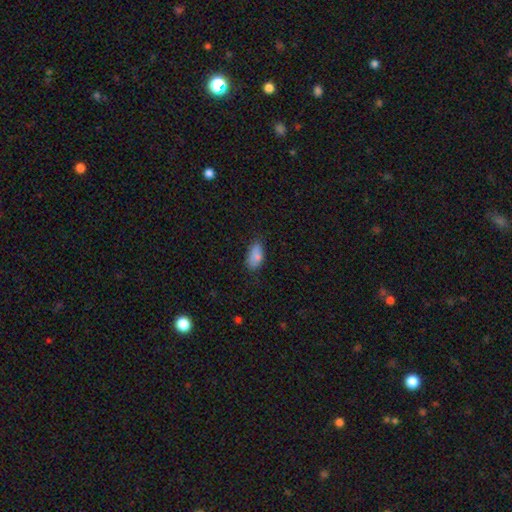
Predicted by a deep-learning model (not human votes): Smooth or featured? smooth (83%)
How rounded? in between (92%)
Merging? none (71%)